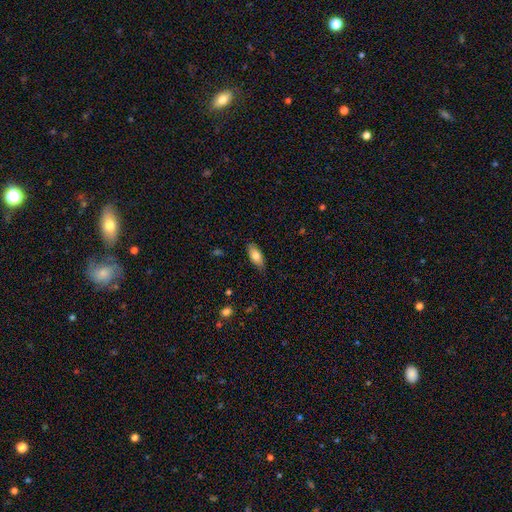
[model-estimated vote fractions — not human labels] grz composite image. It shows a smooth galaxy with no disk features (79%) that is in between round and cigar-shaped (86%). Merging: none (82%).